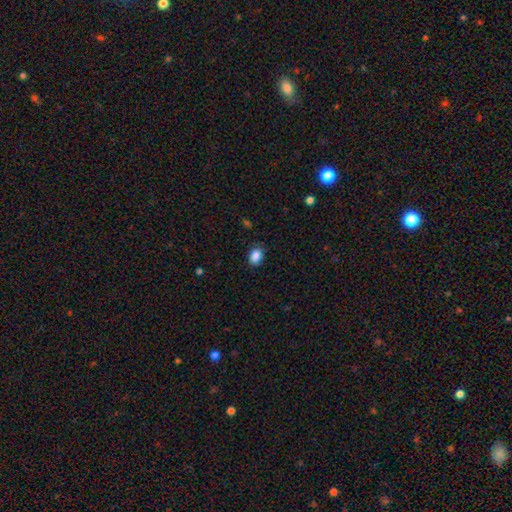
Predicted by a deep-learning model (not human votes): A smooth galaxy with no disk features (88%) that is in between round and cigar-shaped (78%). Merging: none (82%).